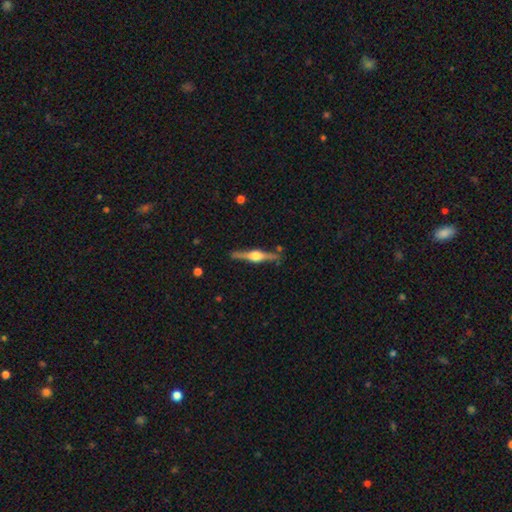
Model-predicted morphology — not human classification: type=featured or disk (83%); edge-on=yes (98%); edge-on bulge=rounded (95%); merging=none (88%).